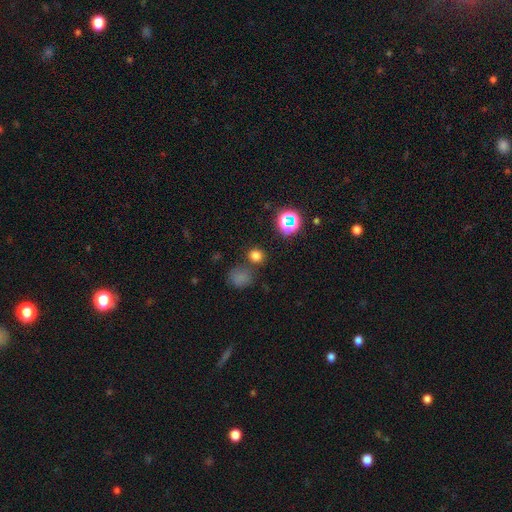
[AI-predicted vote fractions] Morphology: type=smooth (73%); roundness=round (83%); merging=none (75%).